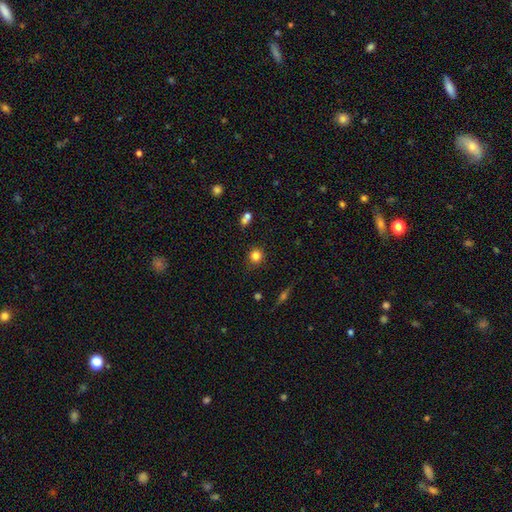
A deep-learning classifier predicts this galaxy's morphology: This is clearly a smooth galaxy (82%). How rounded: clearly round (87%). Merging: clearly none (82%).